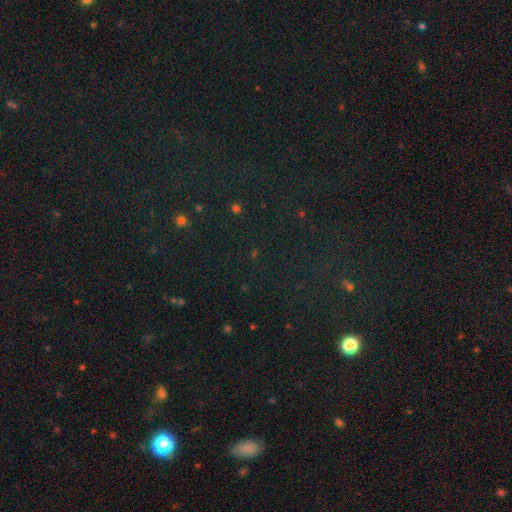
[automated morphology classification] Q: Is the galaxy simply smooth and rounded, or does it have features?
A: star or artifact — 72%.